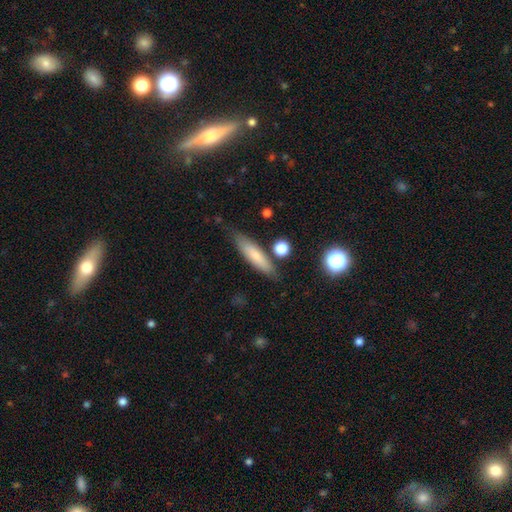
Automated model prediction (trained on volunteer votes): Smooth or featured? Predicted: smooth (p=0.70). How rounded? Predicted: cigar-shaped (p=0.74). Merging? Predicted: none (p=0.77).